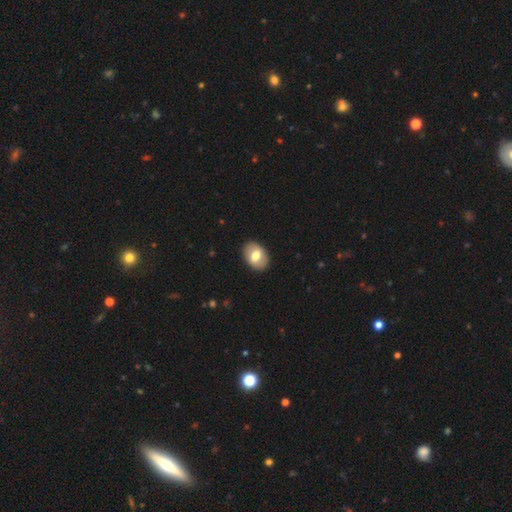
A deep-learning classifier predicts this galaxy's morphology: smooth-or-featured: smooth: 68% | featured or disk: 26% | star or artifact: 6%
  how-rounded: in between: 78% | round: 21% | cigar-shaped: 1%
  merging: none: 89% | minor disturbance: 8% | major disturbance: 2% | merger: 1%